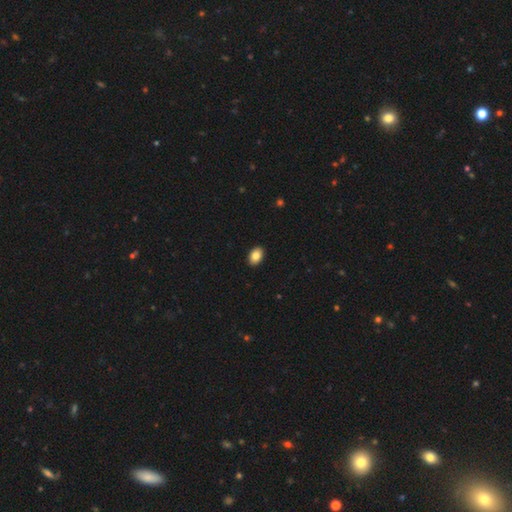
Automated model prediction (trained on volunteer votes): Smooth or featured? Predicted: smooth (p=0.85). How rounded? Predicted: in between (p=0.83). Merging? Predicted: none (p=0.92).